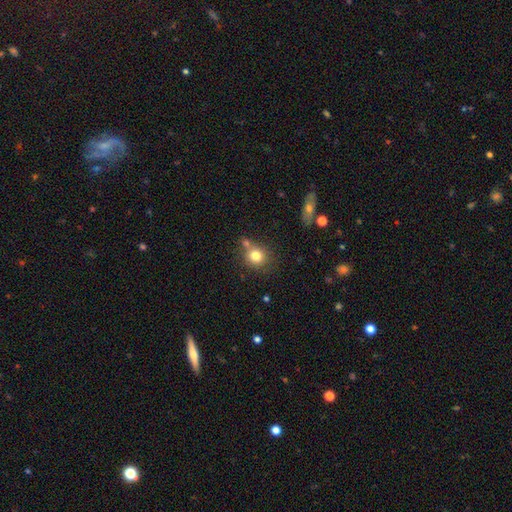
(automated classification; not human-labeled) This appears to be a smooth galaxy with no disk features (80%) that is round (83%). Merging: none (63%).